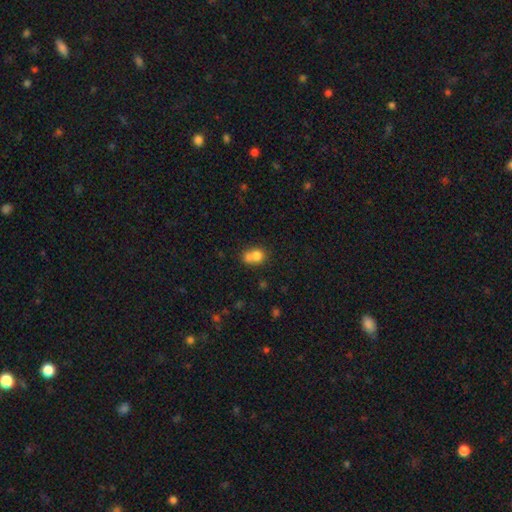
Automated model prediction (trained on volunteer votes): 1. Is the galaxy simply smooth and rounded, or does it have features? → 75% smooth, 14% featured or disk, 11% star or artifact.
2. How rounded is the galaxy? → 66% round, 33% in between, 1% cigar-shaped.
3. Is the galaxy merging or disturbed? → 54% merger, 31% none, 10% minor disturbance, 4% major disturbance.